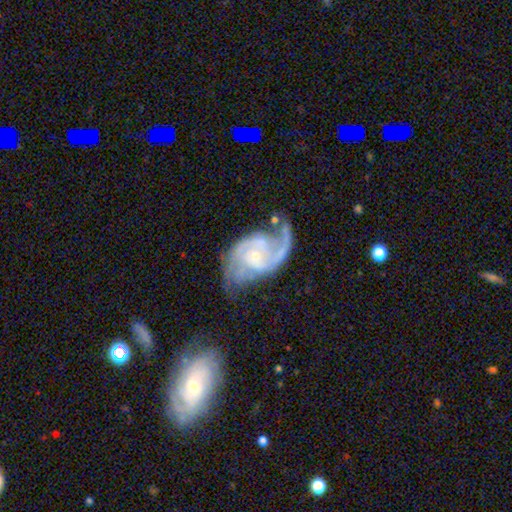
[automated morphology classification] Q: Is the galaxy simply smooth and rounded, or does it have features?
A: featured or disk — 90%.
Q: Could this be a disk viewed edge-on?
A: no — 97%.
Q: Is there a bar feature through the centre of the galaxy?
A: no — 60%.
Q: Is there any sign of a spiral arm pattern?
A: yes — 97%.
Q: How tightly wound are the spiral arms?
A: medium — 50%.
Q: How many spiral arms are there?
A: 2 — 73%.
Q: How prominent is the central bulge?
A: small — 72%.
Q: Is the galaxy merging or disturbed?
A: none — 52%.